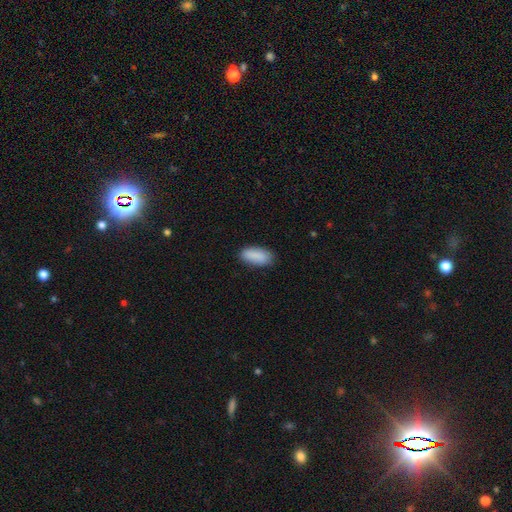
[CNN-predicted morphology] Q: Smooth or featured?
A: smooth (89%); runner-up: star or artifact (7%)
Q: How rounded?
A: in between (86%); runner-up: cigar-shaped (12%)
Q: Merging?
A: none (82%); runner-up: minor disturbance (14%)